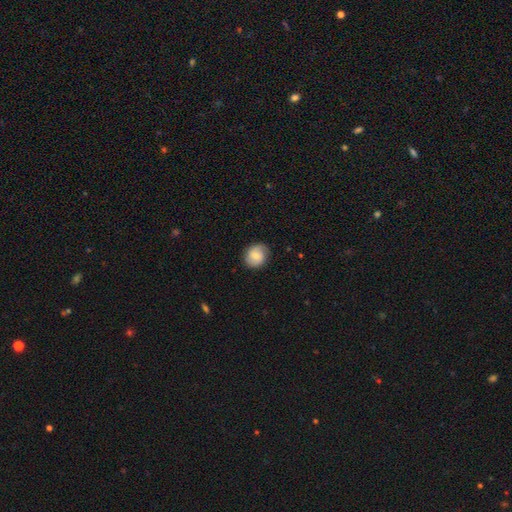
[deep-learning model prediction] Smooth or featured: smooth — 61% (featured or disk — 32%)
How rounded: round — 71% (in between — 28%)
Merging: none — 79% (minor disturbance — 16%)